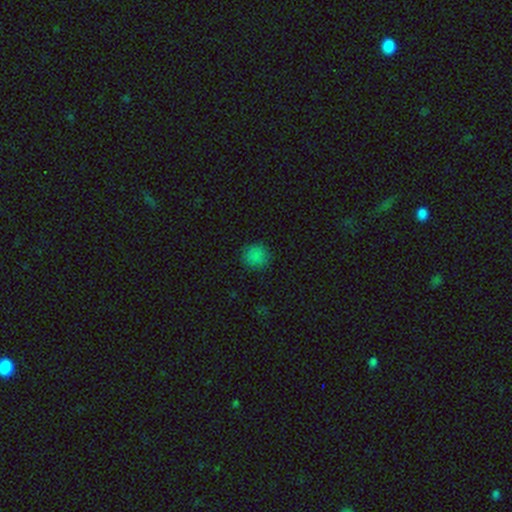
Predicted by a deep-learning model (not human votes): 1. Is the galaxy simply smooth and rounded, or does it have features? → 82% smooth, 14% star or artifact, 4% featured or disk.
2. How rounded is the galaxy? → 90% round, 9% in between, 1% cigar-shaped.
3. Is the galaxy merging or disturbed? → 88% none, 9% minor disturbance, 2% major disturbance, 1% merger.